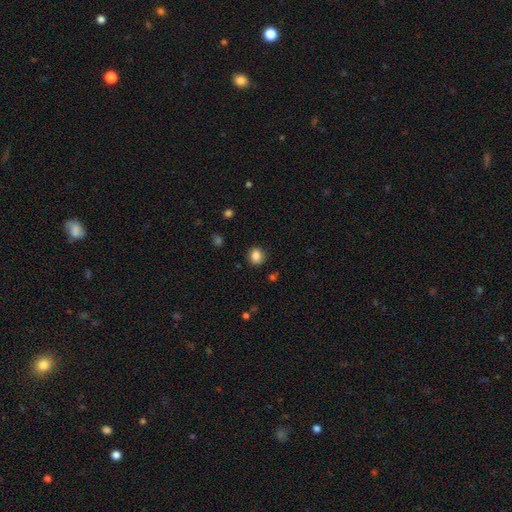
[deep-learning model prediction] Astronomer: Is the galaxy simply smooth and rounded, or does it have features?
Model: smooth — 85%.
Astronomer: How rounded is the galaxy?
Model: round — 77%.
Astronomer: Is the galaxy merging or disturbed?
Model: none — 87%.